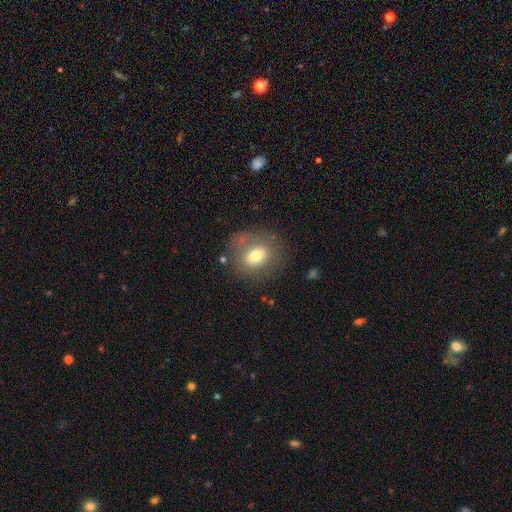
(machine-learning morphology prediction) Smooth or featured: smooth — 68% (featured or disk — 22%)
How rounded: round — 57% (in between — 41%)
Merging: none — 74% (minor disturbance — 15%)